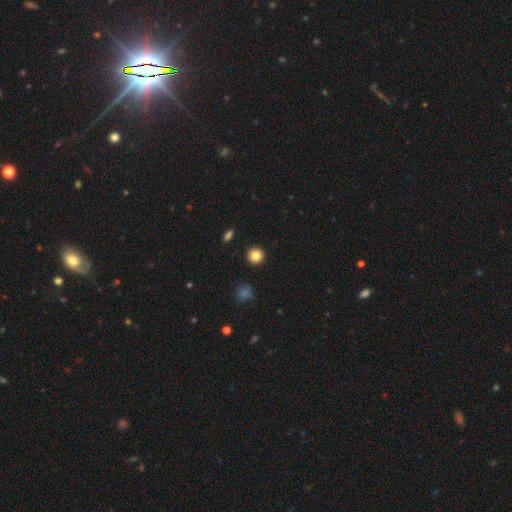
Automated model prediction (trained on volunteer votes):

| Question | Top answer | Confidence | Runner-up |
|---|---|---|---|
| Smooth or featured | smooth | 85% | star or artifact (10%) |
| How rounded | round | 94% | in between (5%) |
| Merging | none | 92% | minor disturbance (5%) |